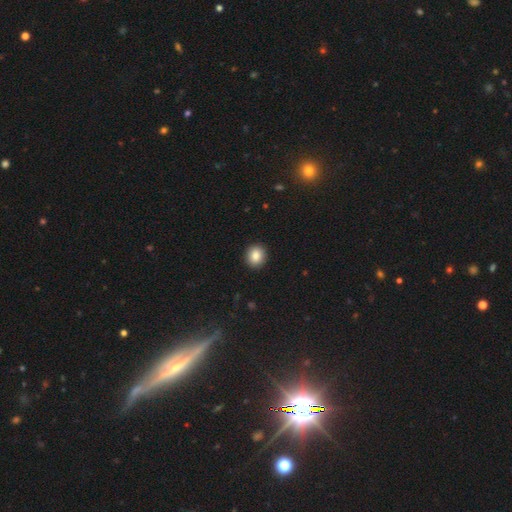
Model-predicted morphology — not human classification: The model was most divided on "how rounded": round: 81%, in between: 18%, cigar-shaped: 1%. More confident: merging — none (92%); smooth or featured — smooth (87%).